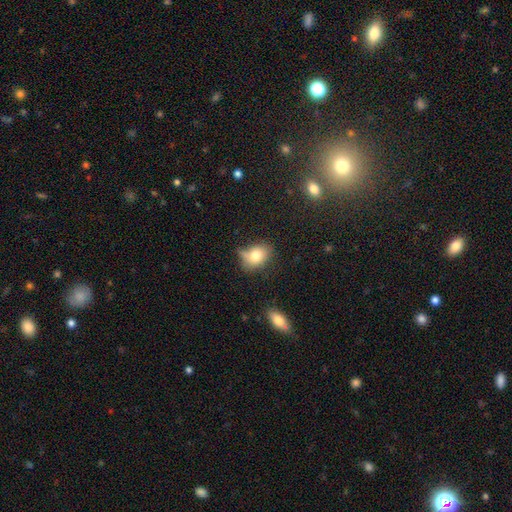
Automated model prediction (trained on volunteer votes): The model was most divided on "merging": none: 49%, minor disturbance: 32%, major disturbance: 11%, merger: 8%. More confident: smooth or featured — smooth (79%); how rounded — in between (71%).